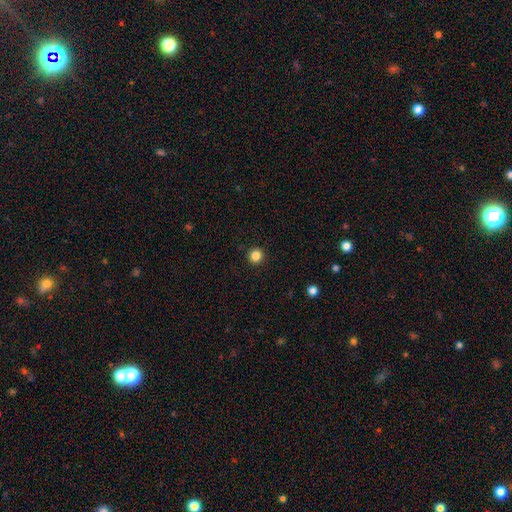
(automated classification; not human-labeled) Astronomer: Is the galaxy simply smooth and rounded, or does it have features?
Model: smooth — 84%.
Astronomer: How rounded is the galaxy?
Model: round — 96%.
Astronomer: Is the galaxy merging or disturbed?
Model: none — 93%.